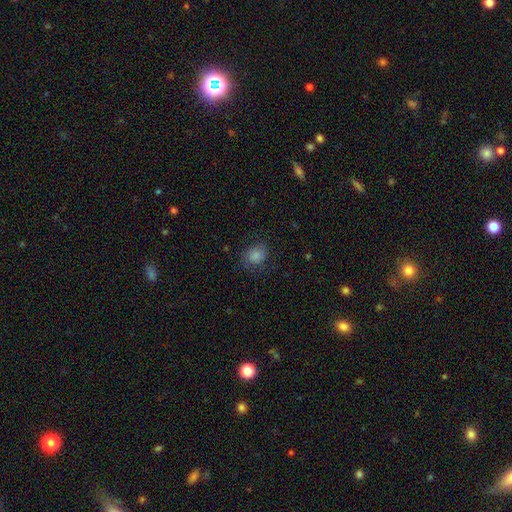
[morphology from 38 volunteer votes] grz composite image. It shows a smooth galaxy with no disk features (79%) that is round (67%). Merging: none (67%).